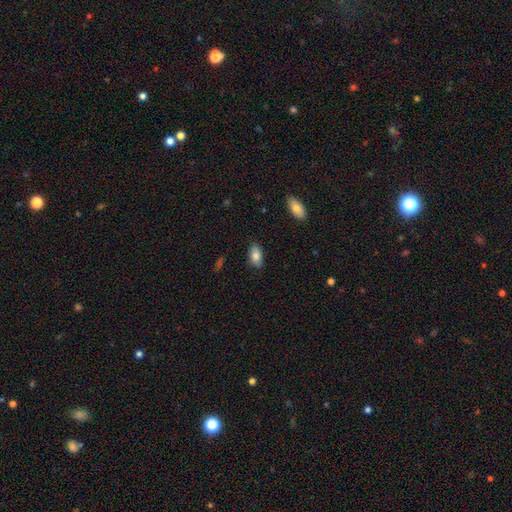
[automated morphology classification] Smooth or featured?
  - smooth: 82% *
  - featured or disk: 11%
  - star or artifact: 7%
How rounded?
  - in between: 92% *
  - round: 4%
  - cigar-shaped: 4%
Merging?
  - none: 82% *
  - minor disturbance: 14%
  - major disturbance: 3%
  - merger: 1%